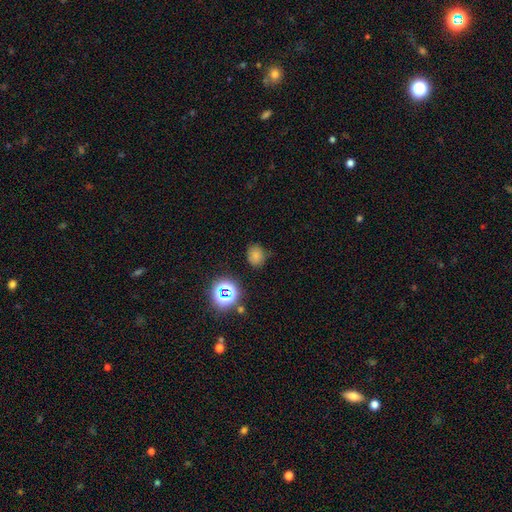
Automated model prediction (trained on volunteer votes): smooth-or-featured: smooth: 73% | star or artifact: 21% | featured or disk: 6%
  how-rounded: round: 63% | in between: 36% | cigar-shaped: 1%
  merging: none: 77% | minor disturbance: 17% | major disturbance: 4% | merger: 2%